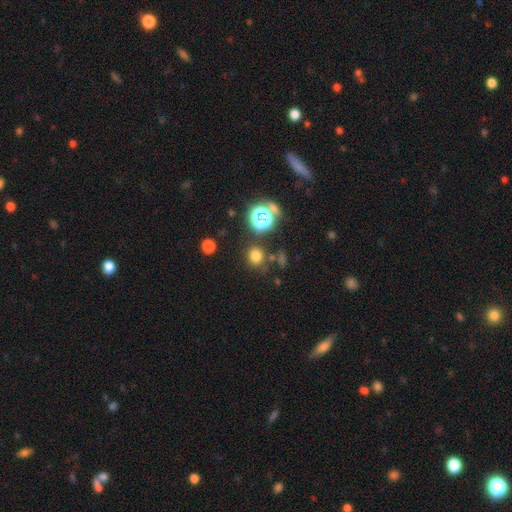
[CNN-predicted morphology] smooth-or-featured: smooth: 70% | star or artifact: 23% | featured or disk: 7%
  how-rounded: round: 82% | in between: 17% | cigar-shaped: 1%
  merging: none: 78% | minor disturbance: 11% | merger: 7% | major disturbance: 5%